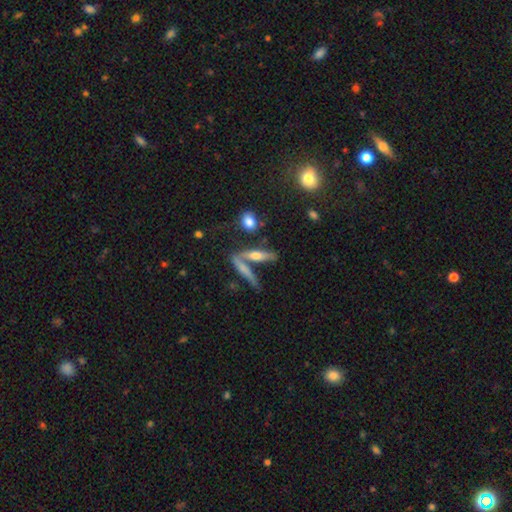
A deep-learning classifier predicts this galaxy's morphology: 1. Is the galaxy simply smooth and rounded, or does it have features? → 51% smooth, 39% featured or disk, 10% star or artifact.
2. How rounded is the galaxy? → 72% cigar-shaped, 24% in between, 4% round.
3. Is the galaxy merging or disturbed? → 48% none, 31% merger, 13% minor disturbance, 8% major disturbance.